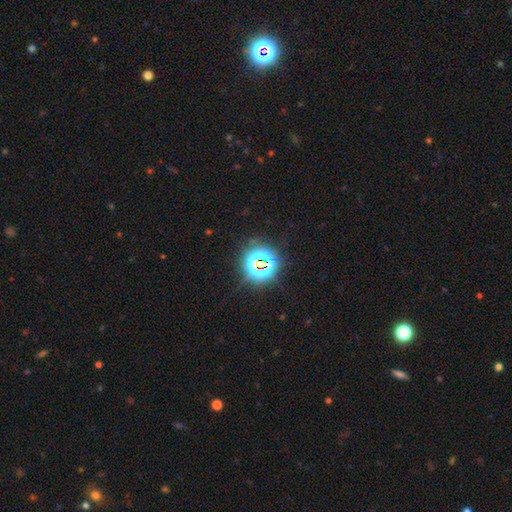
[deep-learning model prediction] This appears to be a star or artifact, not a galaxy (80%).